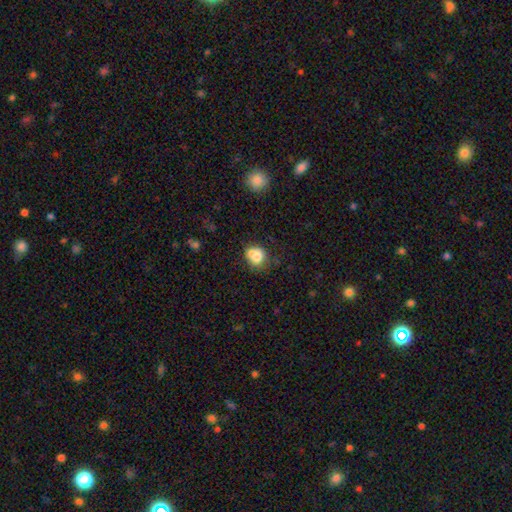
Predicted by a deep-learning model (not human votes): Smooth or featured: smooth — 78% (featured or disk — 11%)
How rounded: round — 67% (in between — 32%)
Merging: none — 51% (minor disturbance — 24%)